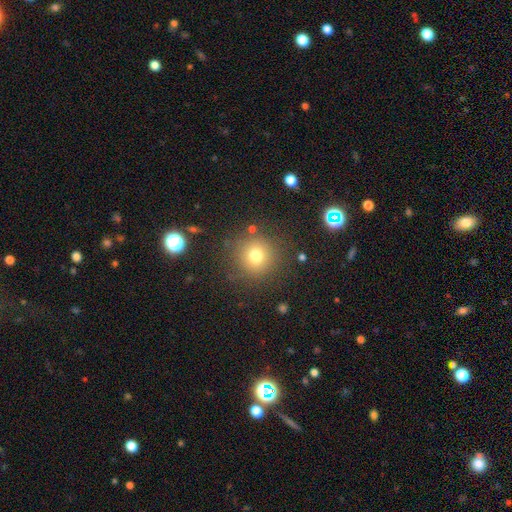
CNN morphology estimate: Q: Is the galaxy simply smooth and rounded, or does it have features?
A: smooth — 75%.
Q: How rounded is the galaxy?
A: round — 94%.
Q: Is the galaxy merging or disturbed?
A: none — 85%.